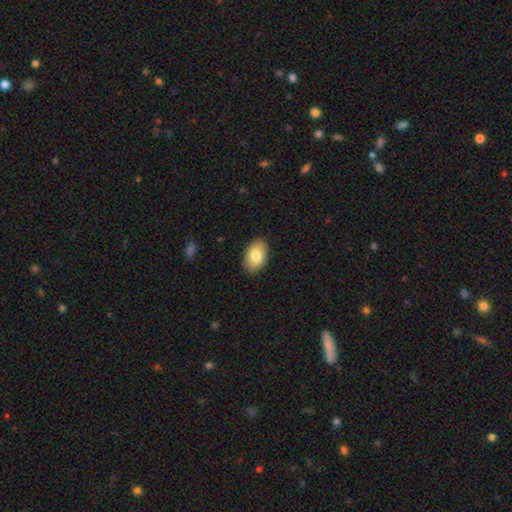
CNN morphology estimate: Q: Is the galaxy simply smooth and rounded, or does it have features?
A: smooth — 81%.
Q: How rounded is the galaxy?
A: in between — 91%.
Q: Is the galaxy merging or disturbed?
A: none — 88%.